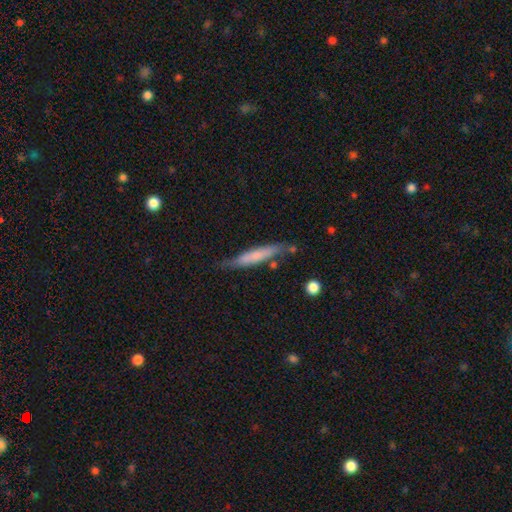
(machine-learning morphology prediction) Smooth or featured? Predicted: smooth (p=0.63). How rounded? Predicted: cigar-shaped (p=0.92). Merging? Predicted: none (p=0.70).